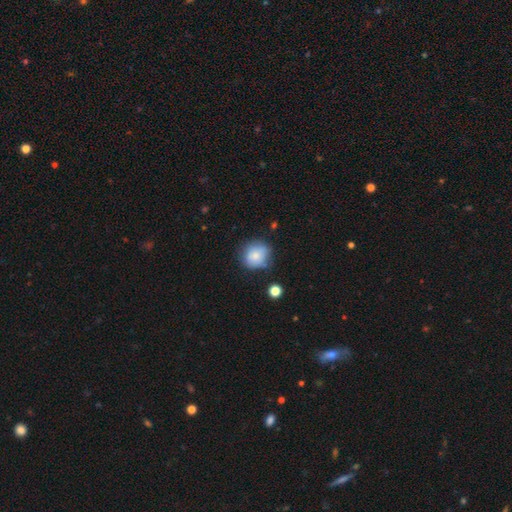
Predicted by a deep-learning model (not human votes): Smooth or featured? Predicted: smooth (p=0.77). How rounded? Predicted: round (p=0.84). Merging? Predicted: none (p=0.70).